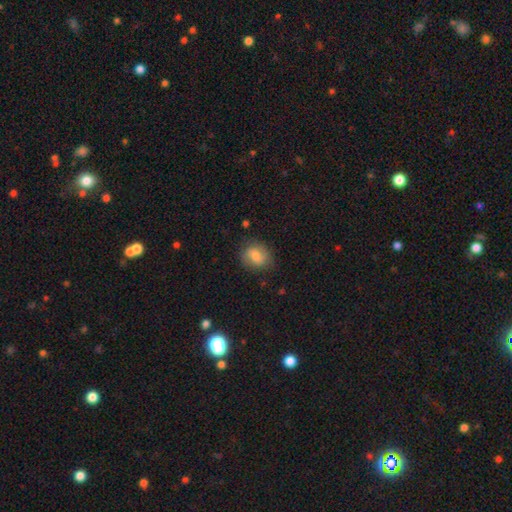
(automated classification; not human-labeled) Overall: smooth (70%). How rounded: round (51%; in between 47%). Merging: none (76%).